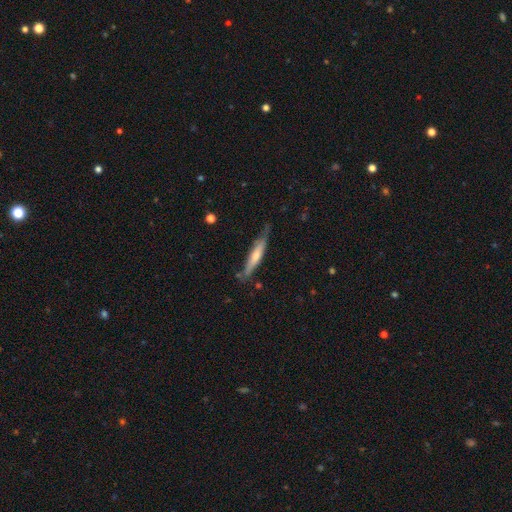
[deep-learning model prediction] This appears to be a featured or disk galaxy (49%). Merging: none (71%).